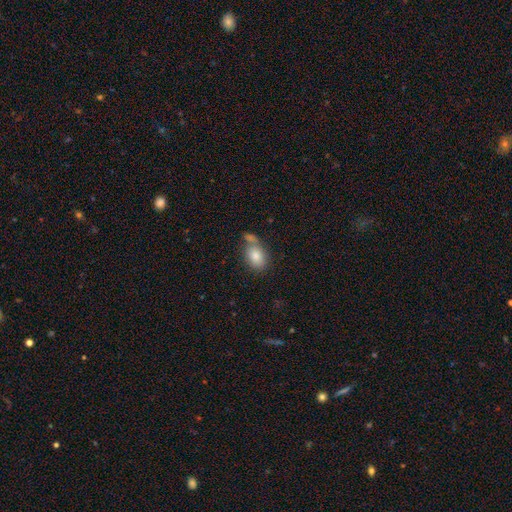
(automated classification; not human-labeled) Morphology: type=smooth (83%); roundness=in between (81%); merging=none (51%).